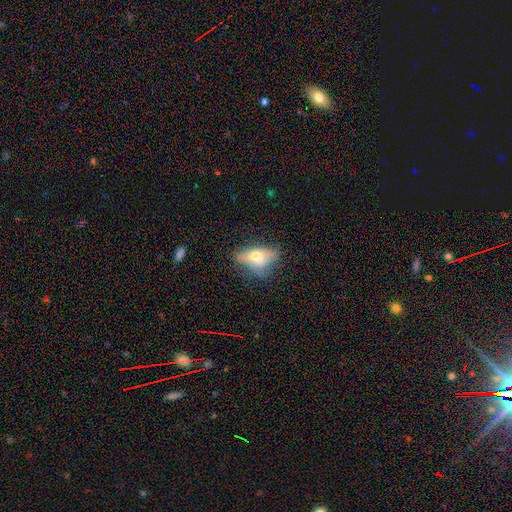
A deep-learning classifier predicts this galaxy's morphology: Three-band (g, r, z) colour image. It shows a smooth galaxy with no disk features (57%) that is in between round and cigar-shaped (84%). Merging: none (45%).